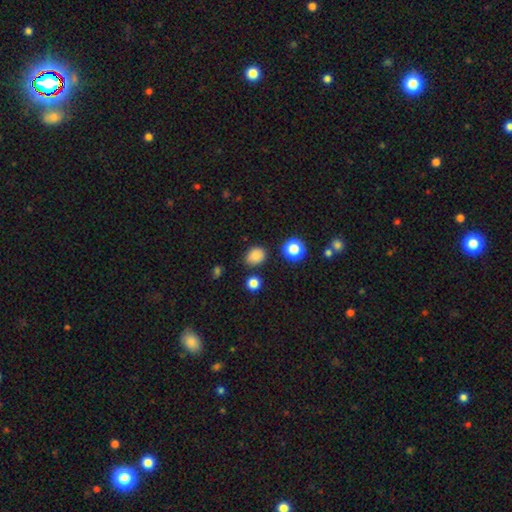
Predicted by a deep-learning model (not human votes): smooth-or-featured: smooth: 82% | star or artifact: 14% | featured or disk: 4%
  how-rounded: round: 57% | in between: 42% | cigar-shaped: 1%
  merging: none: 76% | minor disturbance: 17% | major disturbance: 4% | merger: 4%